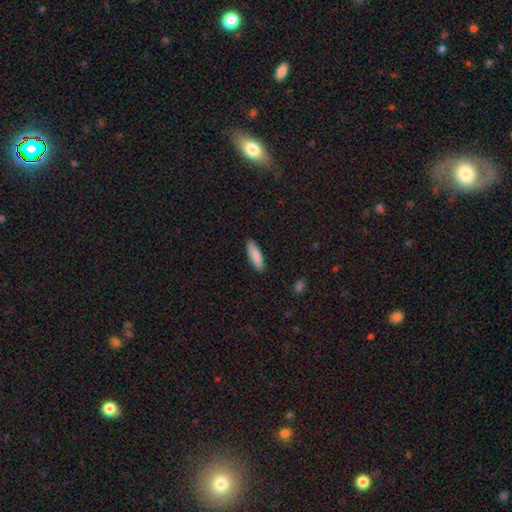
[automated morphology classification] Overall: smooth (87%). How rounded: cigar-shaped (58%; in between 41%). Merging: none (89%).